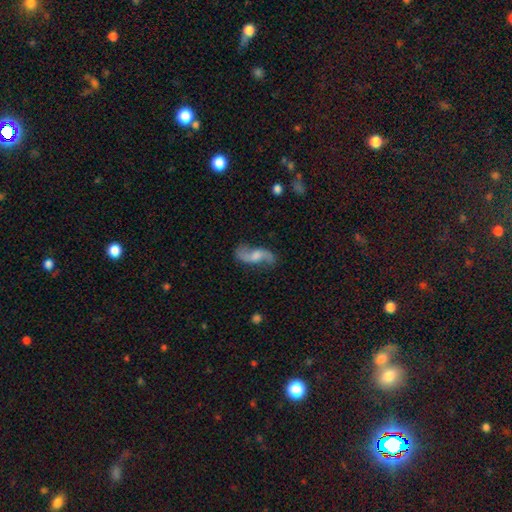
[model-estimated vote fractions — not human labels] featured or disk 78%, smooth 15%, star or artifact 7%. Down the decision tree: edge-on disk — no (93%); bar — no (48%); spiral arms — yes (95%); spiral arm count — 2 (93%); spiral winding — loose (82%); bulge size — moderate (39%); merging — none (76%).